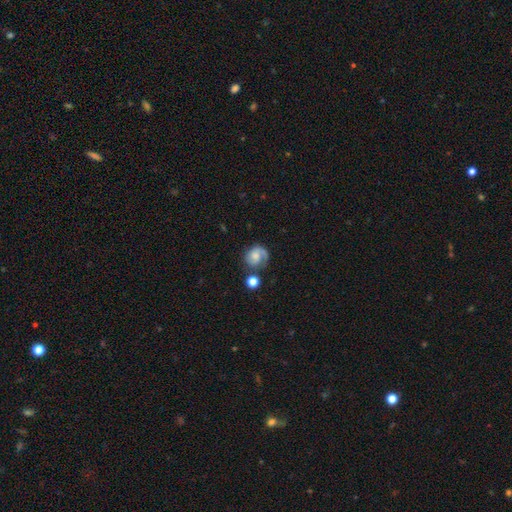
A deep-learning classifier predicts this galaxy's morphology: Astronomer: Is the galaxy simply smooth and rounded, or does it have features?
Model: featured or disk — 60%.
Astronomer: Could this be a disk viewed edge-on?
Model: no — 98%.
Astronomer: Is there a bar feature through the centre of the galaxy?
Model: no — 70%.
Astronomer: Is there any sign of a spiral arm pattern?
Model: yes — 90%.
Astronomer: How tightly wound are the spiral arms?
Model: tight — 40% (runner-up: medium, 39%).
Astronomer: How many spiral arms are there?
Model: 1 — 55% (runner-up: 2, 33%).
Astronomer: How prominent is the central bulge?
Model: small — 39% (runner-up: moderate, 37%).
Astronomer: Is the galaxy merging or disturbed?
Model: none — 55%.